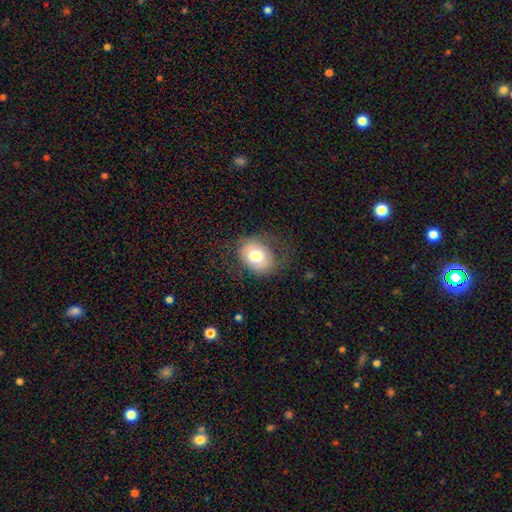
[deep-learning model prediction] Q: Smooth or featured?
A: smooth (67%); runner-up: featured or disk (25%)
Q: How rounded?
A: in between (53%); runner-up: round (46%)
Q: Merging?
A: none (59%); runner-up: minor disturbance (22%)